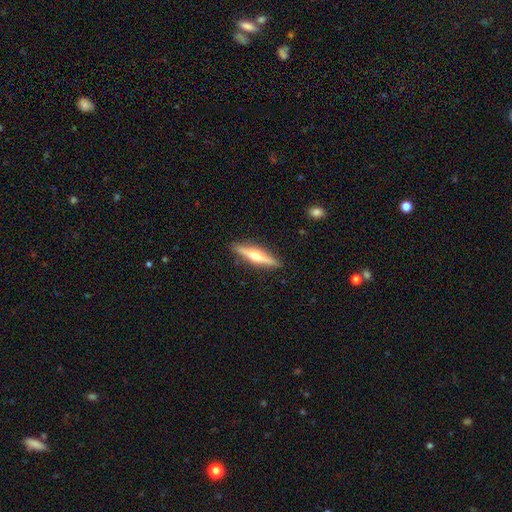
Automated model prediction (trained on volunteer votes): smooth-or-featured: featured or disk: 64% | smooth: 30% | star or artifact: 5%
  disk-edge-on: yes: 96% | no: 4%
    edge-on-bulge: rounded: 92% | none: 4% | boxy: 4%
  merging: none: 90% | minor disturbance: 7% | major disturbance: 2% | merger: 1%